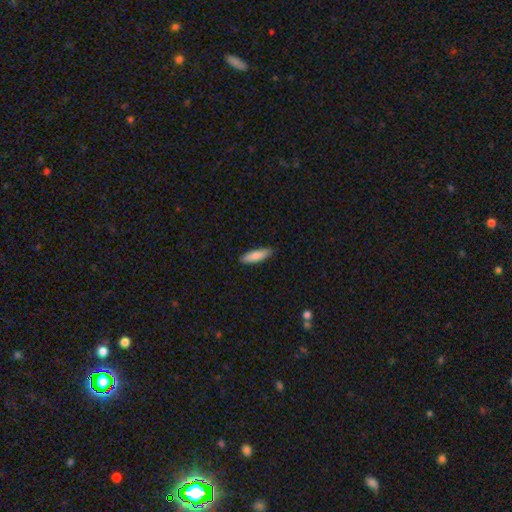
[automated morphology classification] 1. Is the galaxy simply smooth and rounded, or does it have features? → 84% smooth, 10% featured or disk, 6% star or artifact.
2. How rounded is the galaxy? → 57% cigar-shaped, 42% in between, 2% round.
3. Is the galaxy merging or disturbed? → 86% none, 11% minor disturbance, 2% major disturbance, 1% merger.